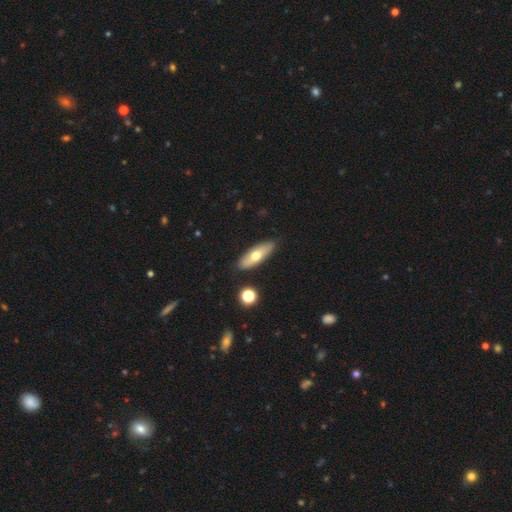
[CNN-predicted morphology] A smooth galaxy with no disk features (62%) that is in between round and cigar-shaped (61%).

Vote fractions:
- Smooth or featured? smooth: 62% / featured or disk: 31% / star or artifact: 6%
- How rounded? in between: 61% / cigar-shaped: 37% / round: 3%
- Merging? none: 87% / minor disturbance: 9% / merger: 2% / major disturbance: 2%